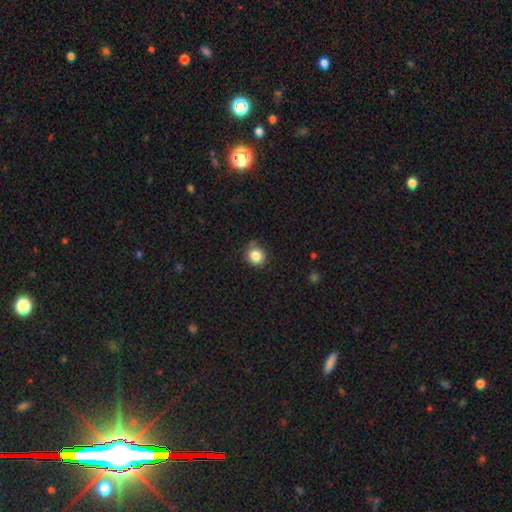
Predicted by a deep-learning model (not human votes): This is clearly a smooth galaxy (84%). How rounded: clearly round (90%). Merging: likely none (75%).